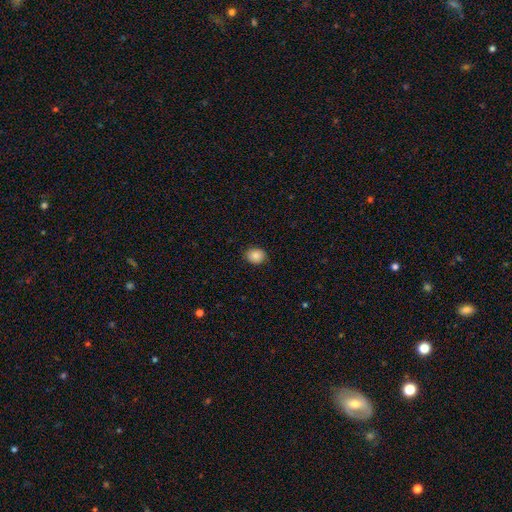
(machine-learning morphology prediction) smooth-or-featured: smooth: 85% | star or artifact: 9% | featured or disk: 6%
  how-rounded: round: 61% | in between: 38% | cigar-shaped: 1%
  merging: none: 87% | minor disturbance: 10% | major disturbance: 2% | merger: 1%